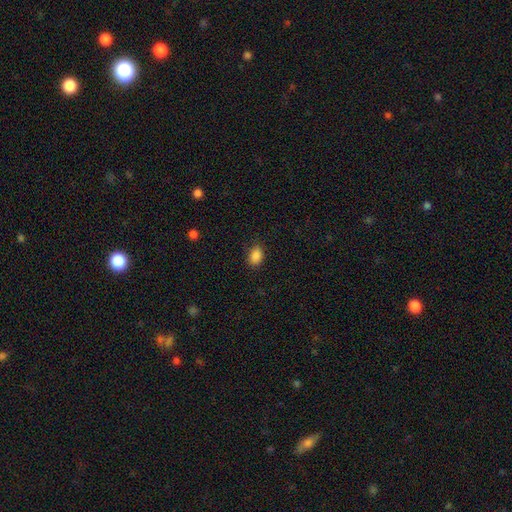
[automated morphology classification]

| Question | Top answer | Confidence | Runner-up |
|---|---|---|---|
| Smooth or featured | smooth | 87% | star or artifact (9%) |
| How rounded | in between | 79% | round (20%) |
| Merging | none | 83% | minor disturbance (13%) |